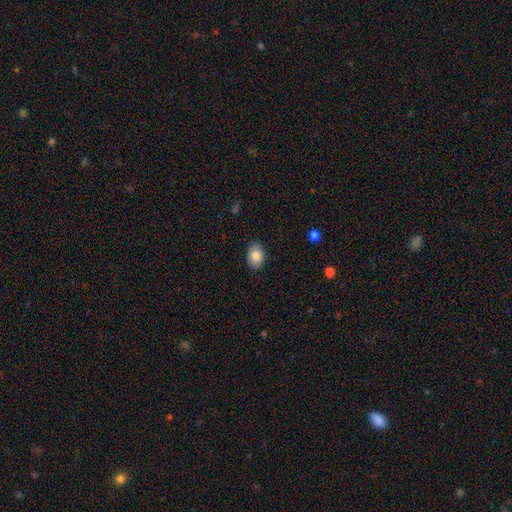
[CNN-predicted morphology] Q: Smooth or featured?
A: smooth (85%); runner-up: featured or disk (8%)
Q: How rounded?
A: in between (78%); runner-up: round (21%)
Q: Merging?
A: none (87%); runner-up: minor disturbance (9%)